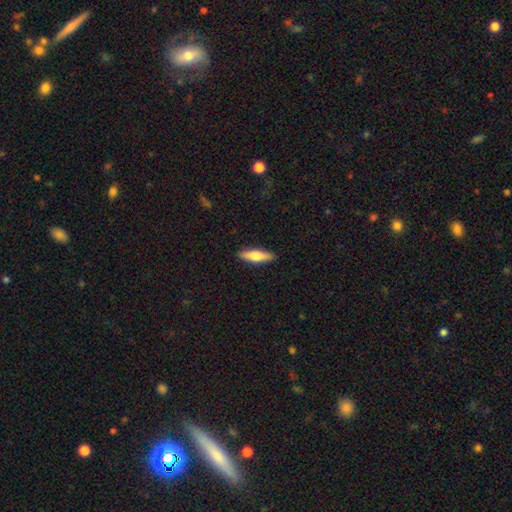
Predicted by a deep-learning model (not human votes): smooth_or_featured: smooth (p=0.61) [alt: featured or disk p=0.33]
how_rounded: cigar-shaped (p=0.63) [alt: in between p=0.35]
merging: none (p=0.90) [alt: minor disturbance p=0.08]